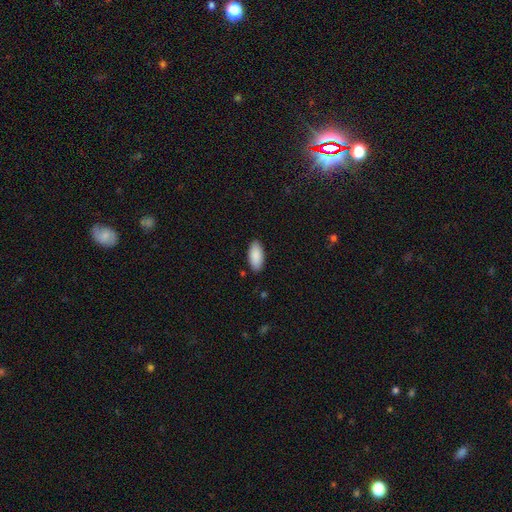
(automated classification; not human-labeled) This is clearly a smooth galaxy (90%). How rounded: clearly in between (92%). Merging: clearly none (88%).